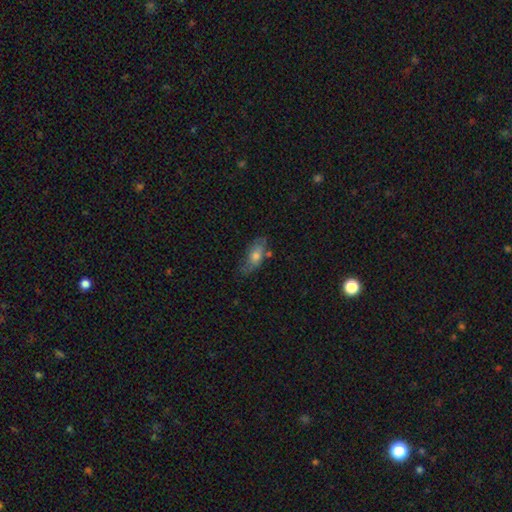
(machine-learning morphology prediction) smooth 62%, featured or disk 30%, star or artifact 8%. Down the decision tree: how rounded — in between (81%); merging — none (64%).